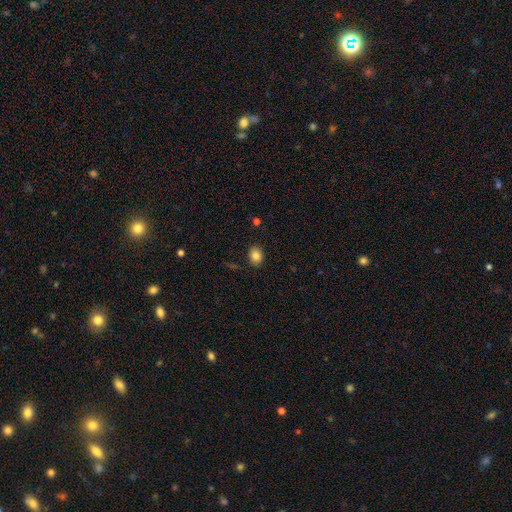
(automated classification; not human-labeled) smooth_or_featured: smooth (p=0.84) [alt: star or artifact p=0.09]
how_rounded: in between (p=0.54) [alt: round p=0.45]
merging: none (p=0.87) [alt: minor disturbance p=0.09]